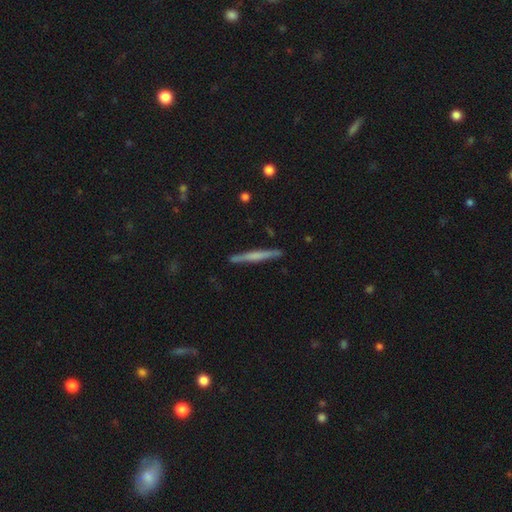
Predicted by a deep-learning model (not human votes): Q: Smooth or featured?
A: featured or disk (52%); runner-up: smooth (42%)
Q: Edge-on disk?
A: yes (97%); runner-up: no (3%)
Q: Edge-on bulge?
A: none (54%); runner-up: rounded (29%)
Q: Merging?
A: none (89%); runner-up: minor disturbance (7%)